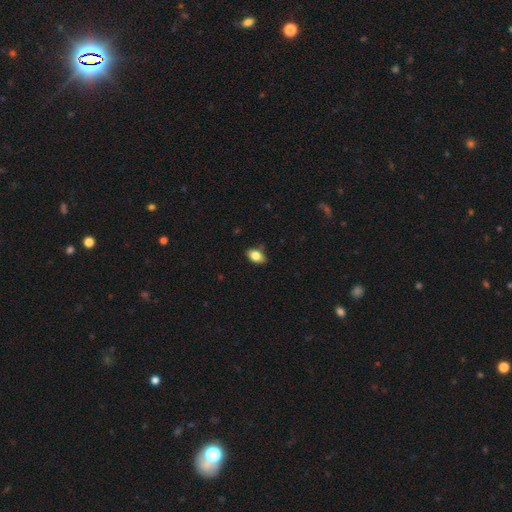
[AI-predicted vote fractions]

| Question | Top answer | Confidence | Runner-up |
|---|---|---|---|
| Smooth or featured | smooth | 83% | featured or disk (10%) |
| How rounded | in between | 88% | round (9%) |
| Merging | none | 80% | minor disturbance (16%) |